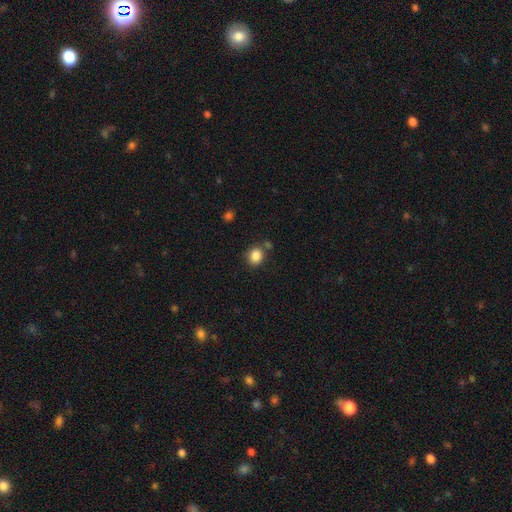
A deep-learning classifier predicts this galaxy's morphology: The model was most divided on "how rounded": round: 68%, in between: 31%, cigar-shaped: 1%. More confident: smooth or featured — smooth (86%); merging — none (74%).